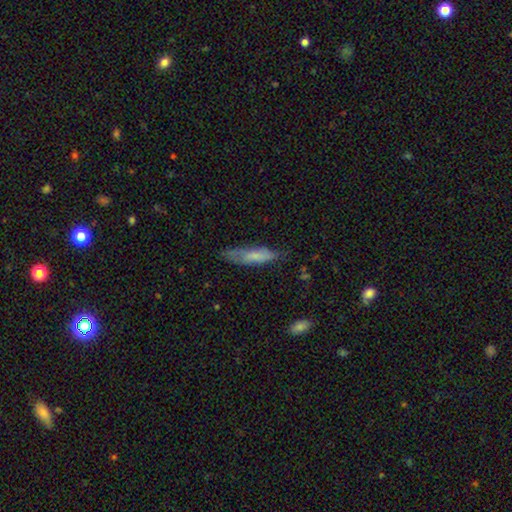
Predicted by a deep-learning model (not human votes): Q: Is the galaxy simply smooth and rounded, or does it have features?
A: smooth — 69%.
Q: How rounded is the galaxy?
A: cigar-shaped — 61%.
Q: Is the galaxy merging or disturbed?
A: none — 56%.